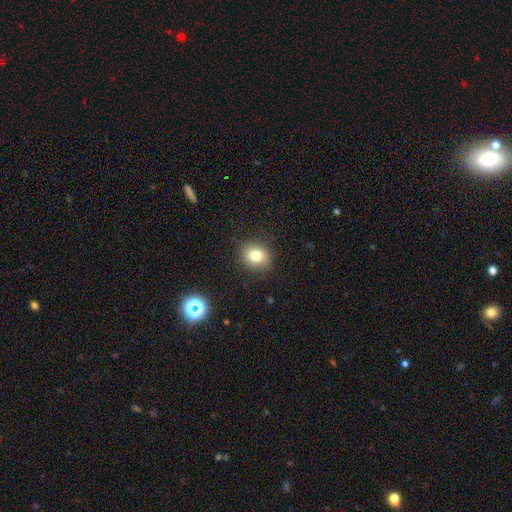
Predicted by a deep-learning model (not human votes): Q: Smooth or featured?
A: smooth (78%); runner-up: star or artifact (13%)
Q: How rounded?
A: round (74%); runner-up: in between (25%)
Q: Merging?
A: none (87%); runner-up: minor disturbance (9%)